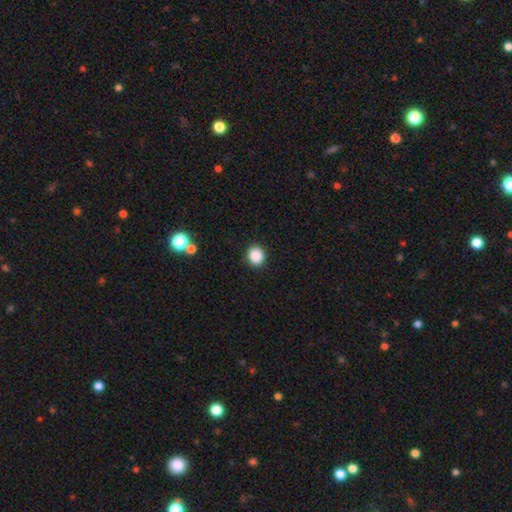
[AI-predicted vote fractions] A smooth galaxy with no disk features (87%) that is round (79%). Merging: none (91%).